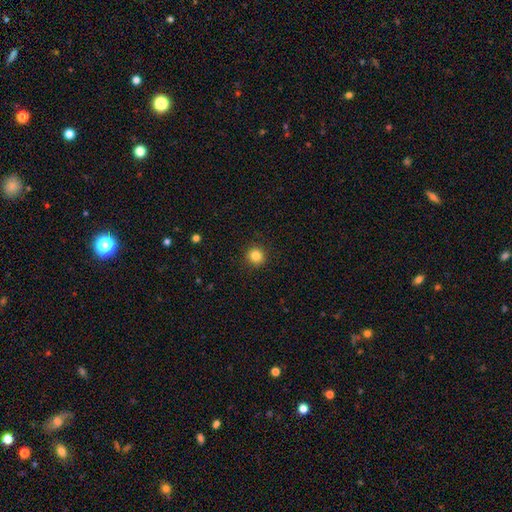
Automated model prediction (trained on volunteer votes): Smooth or featured? Predicted: smooth (p=0.84). How rounded? Predicted: round (p=0.92). Merging? Predicted: none (p=0.92).